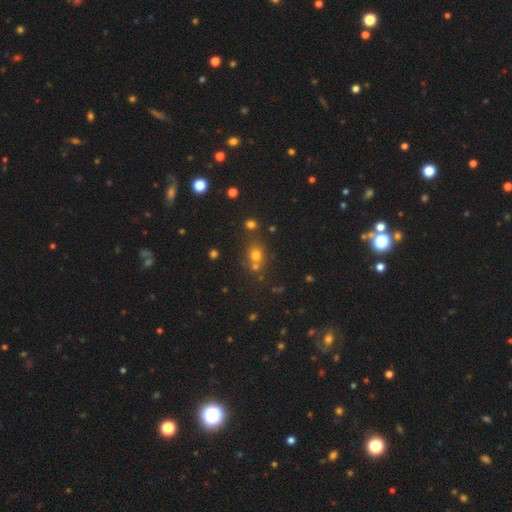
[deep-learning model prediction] smooth-or-featured: smooth: 66% | star or artifact: 22% | featured or disk: 12%
  how-rounded: round: 66% | in between: 32% | cigar-shaped: 1%
  merging: none: 57% | merger: 27% | minor disturbance: 11% | major disturbance: 5%